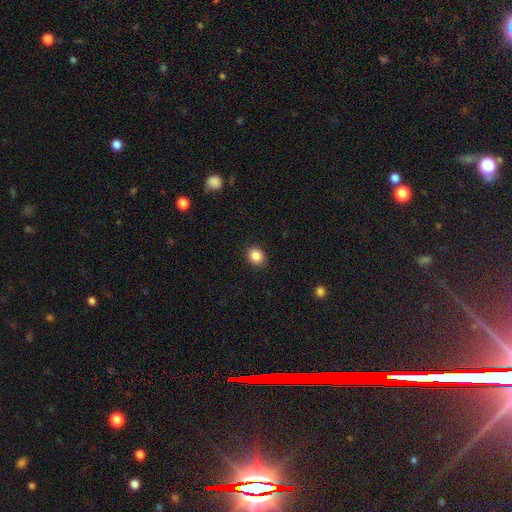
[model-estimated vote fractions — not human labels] Smooth or featured?
  - smooth: 86% *
  - star or artifact: 10%
  - featured or disk: 4%
How rounded?
  - round: 70% *
  - in between: 29%
  - cigar-shaped: 1%
Merging?
  - none: 90% *
  - minor disturbance: 7%
  - major disturbance: 2%
  - merger: 1%